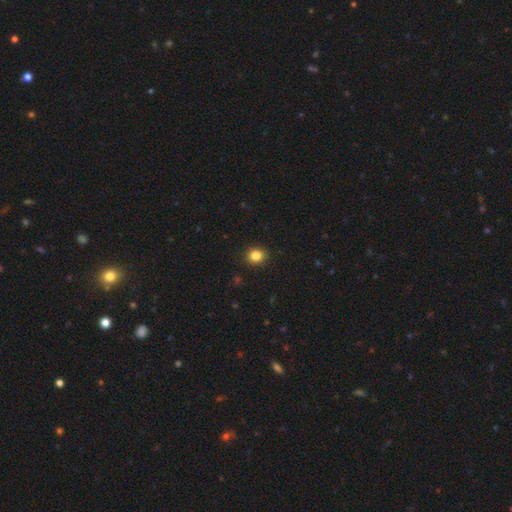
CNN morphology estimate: type=smooth (84%); roundness=round (76%); merging=none (91%).